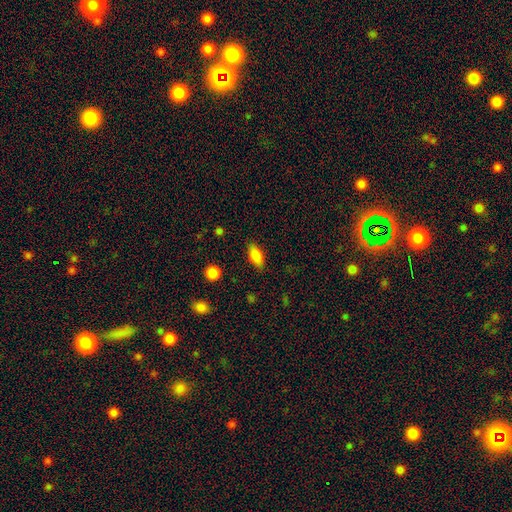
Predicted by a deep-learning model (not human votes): Overall: smooth (84%). How rounded: in between (87%). Merging: none (86%).